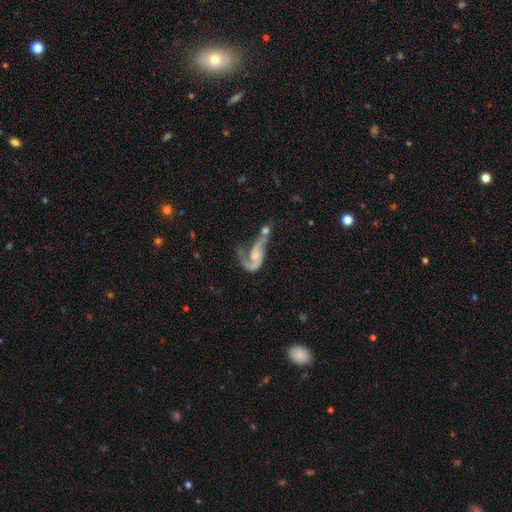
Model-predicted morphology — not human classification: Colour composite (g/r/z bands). It shows a featured or disk galaxy (79%) with no bar (62%), 2 (65%) loose (62%) spiral arms (89%) and a small central bulge (43%). Merging: merger (39%).